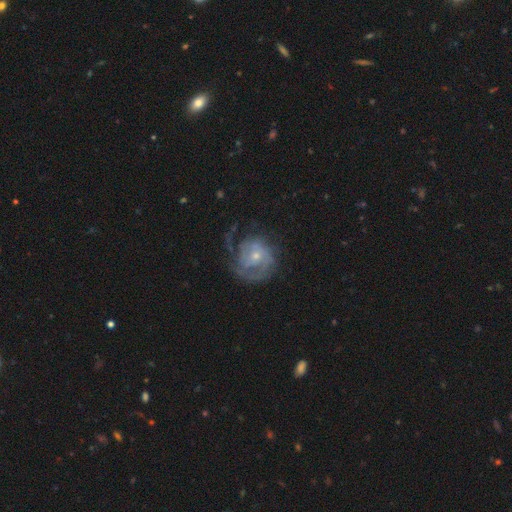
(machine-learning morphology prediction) smooth-or-featured: featured or disk: 77% | smooth: 16% | star or artifact: 6%
  disk-edge-on: no: 98% | yes: 2%
    bar: no: 70% | weak: 26% | strong: 4%
    has-spiral-arms: yes: 89% | no: 11%
      spiral-winding: tight: 50% | medium: 34% | loose: 15%
      spiral-arm-count: can't tell: 32% | 2: 30% | 3: 14% | 1: 14% | 4: 5% | more than 4: 4%
    bulge-size: small: 64% | moderate: 31% | none: 2% | large: 2% | dominant: 1%
  merging: none: 53% | major disturbance: 25% | minor disturbance: 21% | merger: 2%